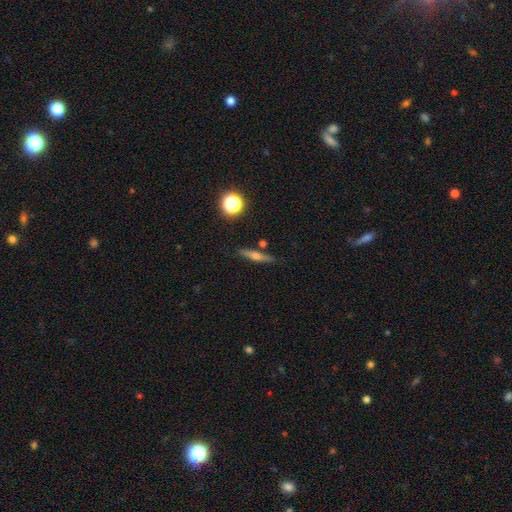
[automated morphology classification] Smooth or featured: featured or disk — 47% (smooth — 43%)
Merging: none — 84% (minor disturbance — 10%)